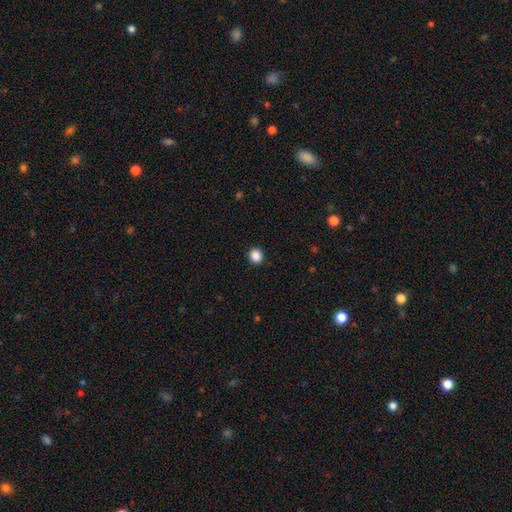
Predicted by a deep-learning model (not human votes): Overall: smooth (87%). How rounded: round (87%). Merging: none (92%).